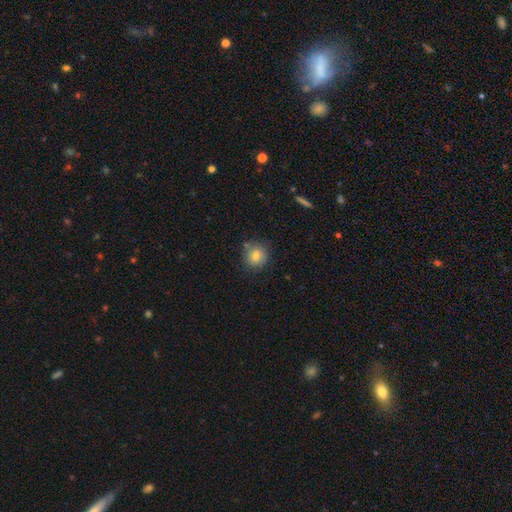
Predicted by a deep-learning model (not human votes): Smooth or featured? smooth (81%)
How rounded? round (90%)
Merging? none (80%)